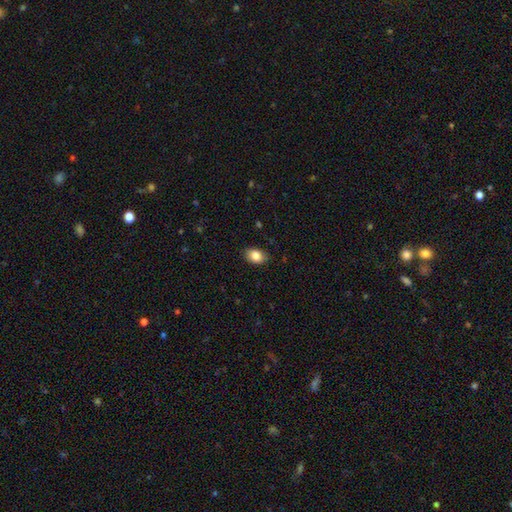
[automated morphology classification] Q: Smooth or featured?
A: smooth (85%); runner-up: star or artifact (8%)
Q: How rounded?
A: in between (84%); runner-up: round (15%)
Q: Merging?
A: none (86%); runner-up: minor disturbance (11%)